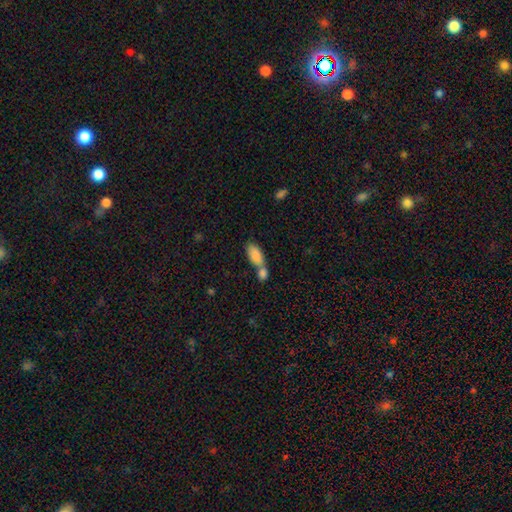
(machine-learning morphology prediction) Overall: smooth (85%). How rounded: in between (88%). Merging: merger (54%; none 34%).